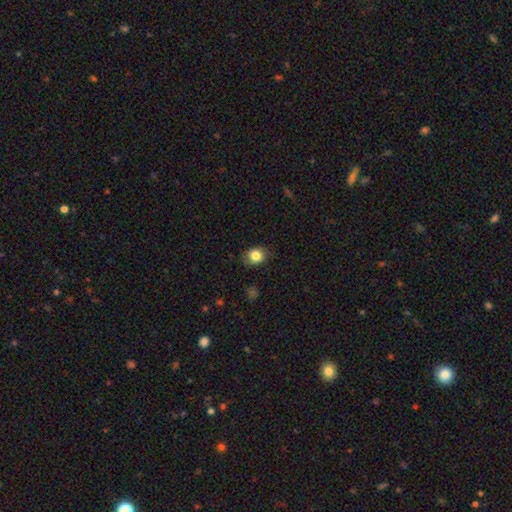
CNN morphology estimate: A smooth galaxy with no disk features (83%) that is round (59%).

Vote fractions:
- Smooth or featured? smooth: 83% / star or artifact: 10% / featured or disk: 7%
- How rounded? round: 59% / in between: 40% / cigar-shaped: 1%
- Merging? none: 78% / minor disturbance: 17% / major disturbance: 4% / merger: 1%